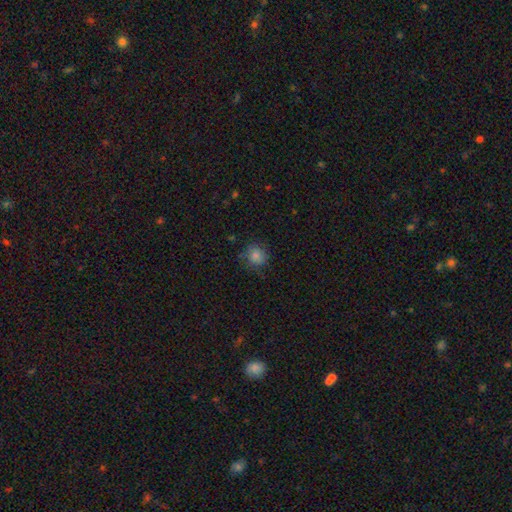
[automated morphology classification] This appears to be a smooth galaxy with no disk features (81%) that is round (86%). Merging: none (76%).